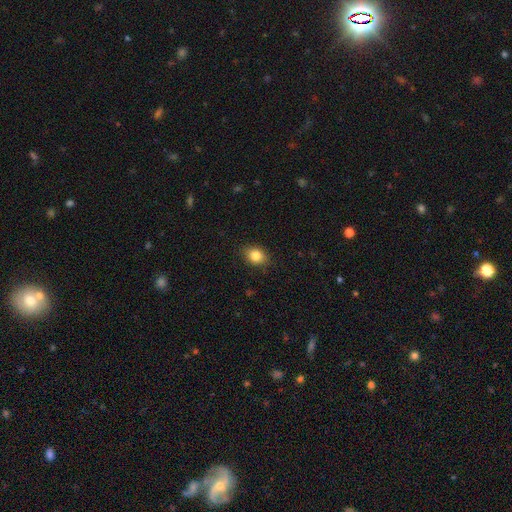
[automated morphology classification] smooth 84%, star or artifact 9%, featured or disk 6%. Down the decision tree: how rounded — in between (60%); merging — none (86%).